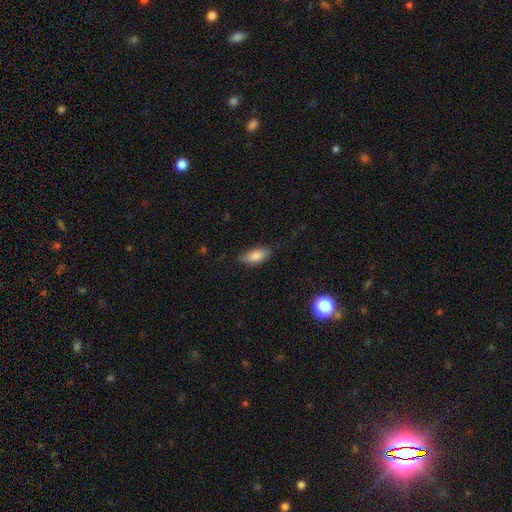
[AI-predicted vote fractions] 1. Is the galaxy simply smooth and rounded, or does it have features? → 83% smooth, 10% featured or disk, 7% star or artifact.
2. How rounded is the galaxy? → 85% in between, 12% cigar-shaped, 3% round.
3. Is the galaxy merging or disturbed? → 79% none, 17% minor disturbance, 3% major disturbance, 1% merger.